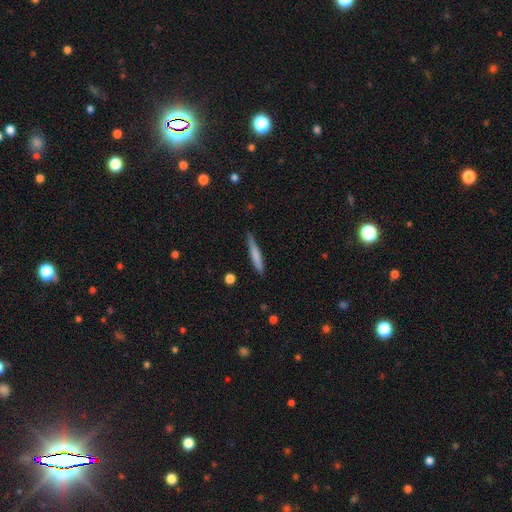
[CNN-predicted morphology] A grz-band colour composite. It shows a smooth galaxy with no disk features (71%) that is cigar-shaped (94%). Merging: none (83%).